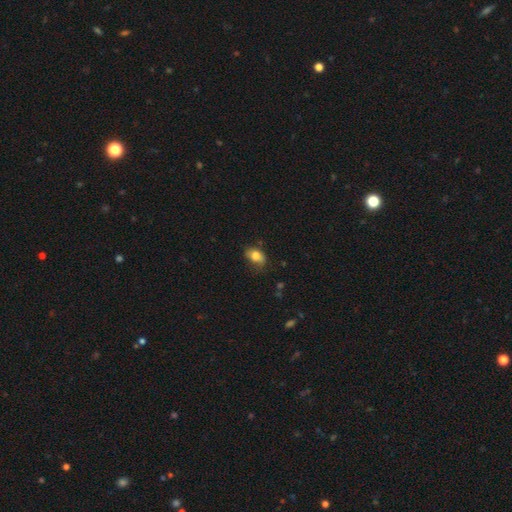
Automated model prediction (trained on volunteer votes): Smooth or featured? Predicted: smooth (p=0.78). How rounded? Predicted: in between (p=0.78). Merging? Predicted: none (p=0.58).